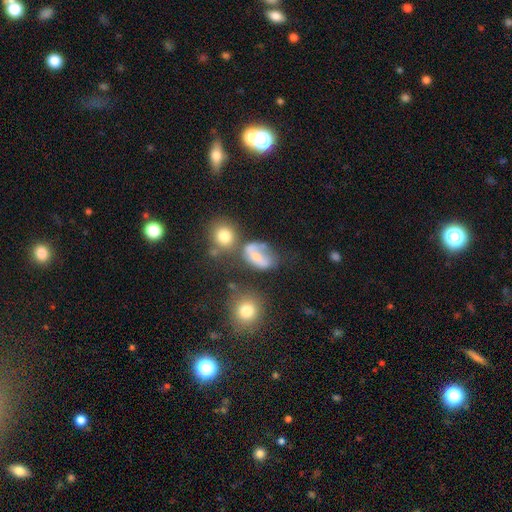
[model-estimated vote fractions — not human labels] smooth_or_featured: smooth (p=0.47) [alt: featured or disk p=0.34]
merging: none (p=0.38) [alt: minor disturbance p=0.22]